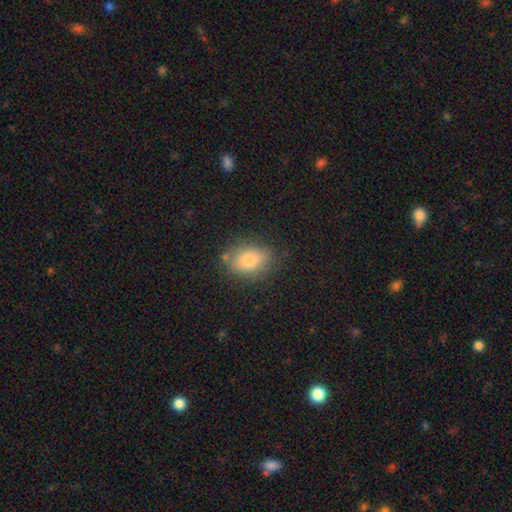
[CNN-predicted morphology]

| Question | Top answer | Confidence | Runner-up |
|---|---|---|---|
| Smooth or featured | smooth | 76% | featured or disk (13%) |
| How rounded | in between | 73% | round (24%) |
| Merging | none | 79% | minor disturbance (14%) |